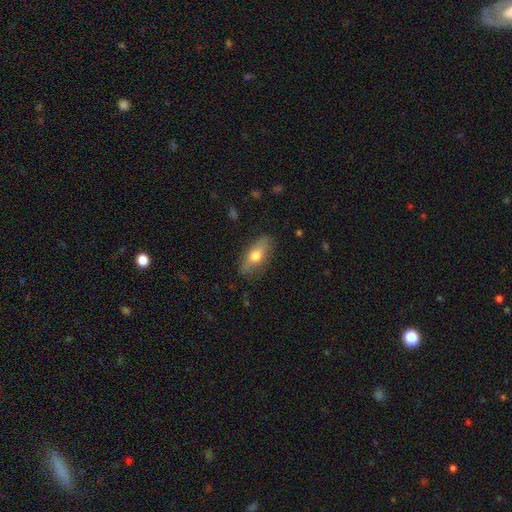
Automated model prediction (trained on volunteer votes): The model was most divided on "smooth or featured": smooth: 65%, featured or disk: 29%, star or artifact: 6%. More confident: merging — none (81%); how rounded — in between (72%).